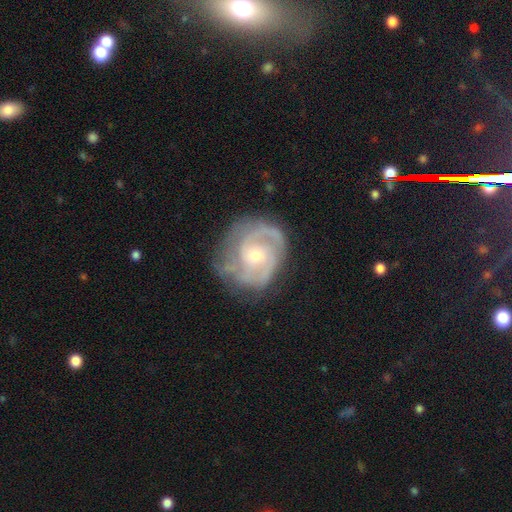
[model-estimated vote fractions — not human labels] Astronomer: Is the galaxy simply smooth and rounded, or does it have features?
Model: featured or disk — 85%.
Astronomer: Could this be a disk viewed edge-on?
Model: no — 98%.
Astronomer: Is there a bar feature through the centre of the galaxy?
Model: no — 68%.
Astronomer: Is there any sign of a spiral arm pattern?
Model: yes — 95%.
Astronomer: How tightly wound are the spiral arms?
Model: tight — 52% (runner-up: medium, 38%).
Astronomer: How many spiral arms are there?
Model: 2 — 43% (runner-up: 3, 23%).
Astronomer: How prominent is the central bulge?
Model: small — 57% (runner-up: moderate, 39%).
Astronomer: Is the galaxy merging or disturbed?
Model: none — 70%.